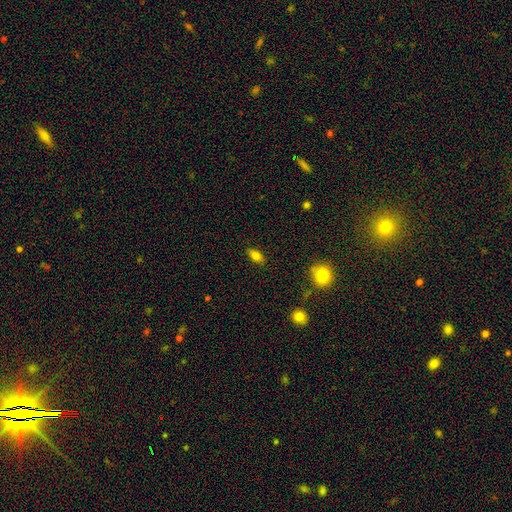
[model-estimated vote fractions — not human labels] Smooth or featured: smooth — 81% (star or artifact — 10%)
How rounded: in between — 86% (round — 8%)
Merging: none — 86% (minor disturbance — 11%)